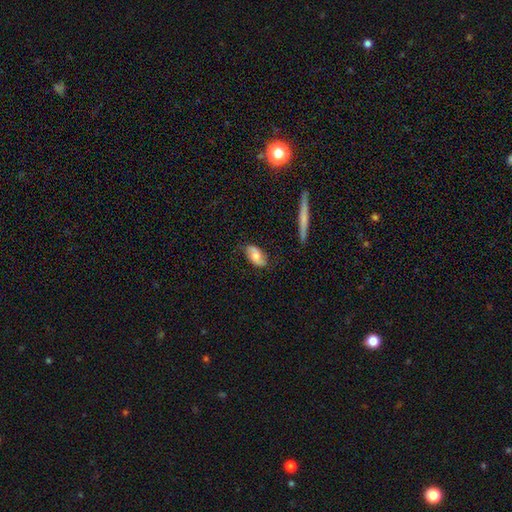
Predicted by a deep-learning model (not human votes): A smooth galaxy with no disk features (49%). Merging: none (74%).